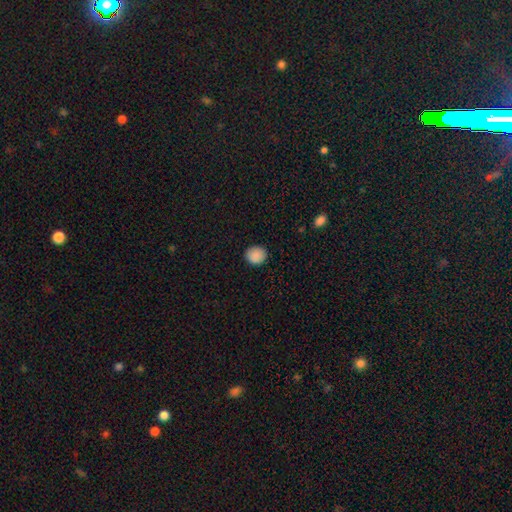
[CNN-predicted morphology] Smooth or featured? smooth (89%)
How rounded? round (83%)
Merging? none (90%)